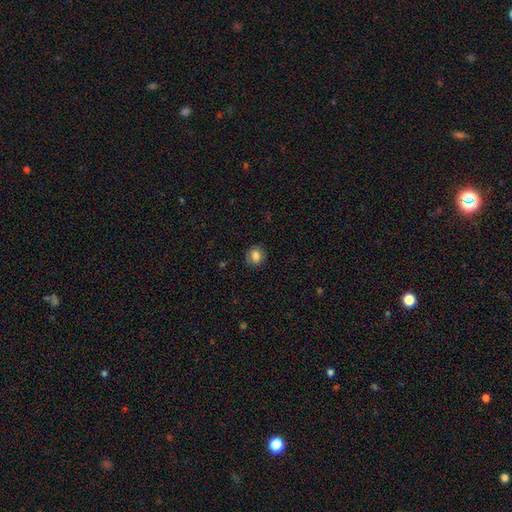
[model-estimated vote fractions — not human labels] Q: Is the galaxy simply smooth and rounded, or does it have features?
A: smooth — 83%.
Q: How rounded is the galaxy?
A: round — 72%.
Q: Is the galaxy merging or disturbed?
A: none — 85%.